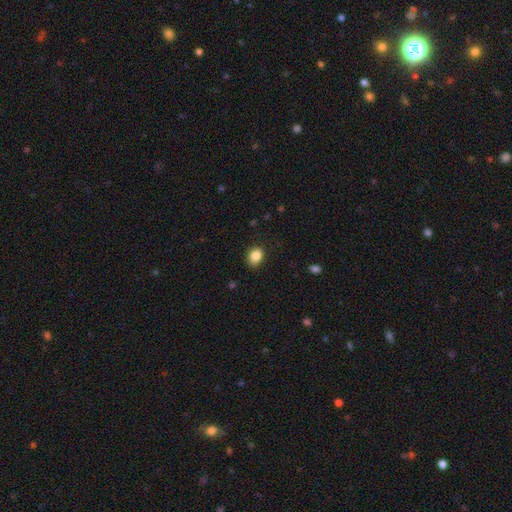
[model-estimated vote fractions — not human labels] smooth_or_featured: smooth (p=0.86) [alt: star or artifact p=0.09]
how_rounded: in between (p=0.55) [alt: round p=0.44]
merging: none (p=0.83) [alt: minor disturbance p=0.13]